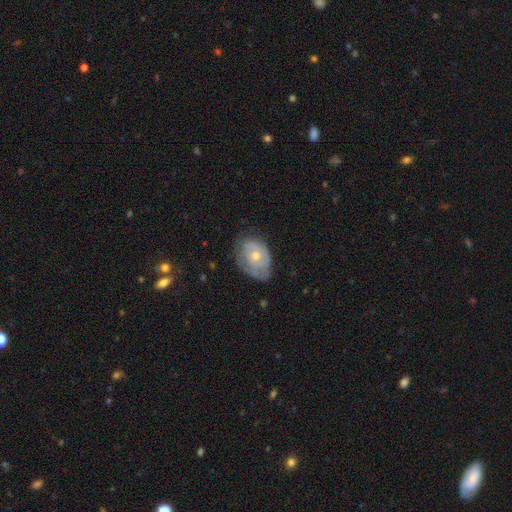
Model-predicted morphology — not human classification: Smooth or featured?
  - featured or disk: 53% *
  - smooth: 39%
  - star or artifact: 8%
Edge-on disk?
  - no: 94% *
  - yes: 6%
Merging?
  - none: 62% *
  - minor disturbance: 29%
  - major disturbance: 8%
  - merger: 1%